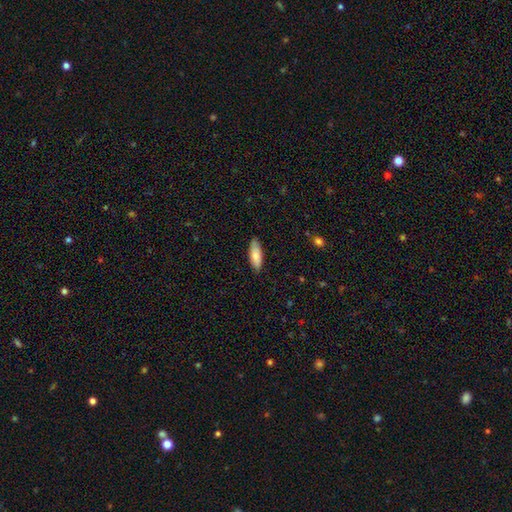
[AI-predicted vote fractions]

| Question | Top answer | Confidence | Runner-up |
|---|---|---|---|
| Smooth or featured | smooth | 81% | featured or disk (14%) |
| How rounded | in between | 65% | cigar-shaped (33%) |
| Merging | none | 84% | minor disturbance (13%) |